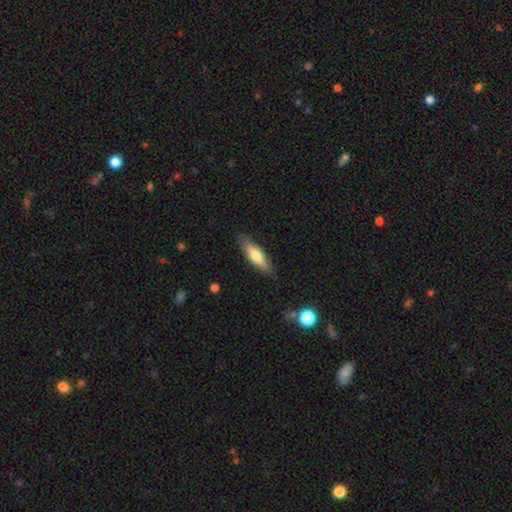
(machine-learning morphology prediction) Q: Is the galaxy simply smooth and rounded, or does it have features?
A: smooth — 67%.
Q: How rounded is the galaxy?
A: cigar-shaped — 53%.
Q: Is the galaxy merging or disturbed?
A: none — 84%.